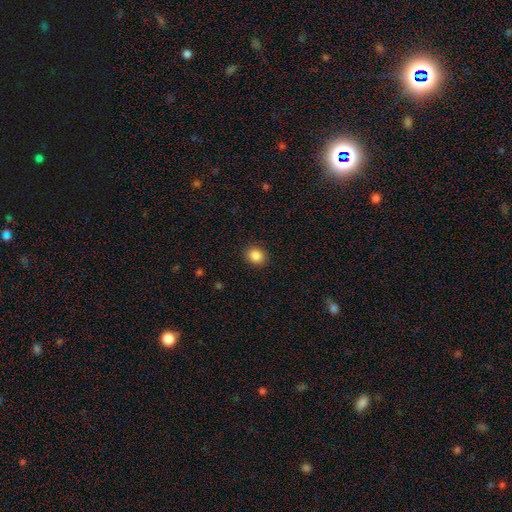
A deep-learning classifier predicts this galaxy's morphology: Smooth or featured: smooth — 87% (star or artifact — 9%)
How rounded: round — 71% (in between — 28%)
Merging: none — 90% (minor disturbance — 7%)